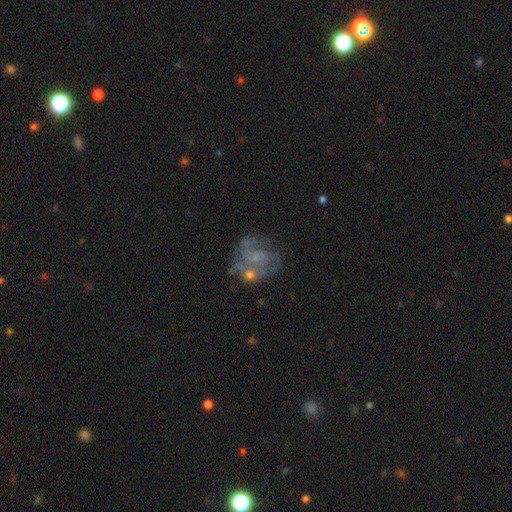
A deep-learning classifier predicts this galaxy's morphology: A featured or disk galaxy (66%) with no bar (75%), spiral arms (56%) and no central bulge (46%). Merging: none (48%).